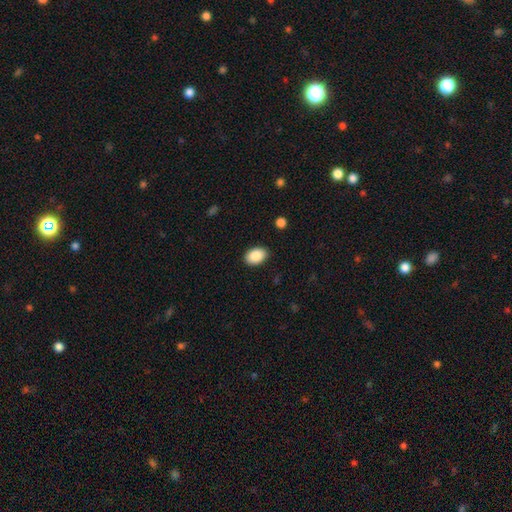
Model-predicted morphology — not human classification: type=smooth (88%); roundness=in between (86%); merging=none (88%).